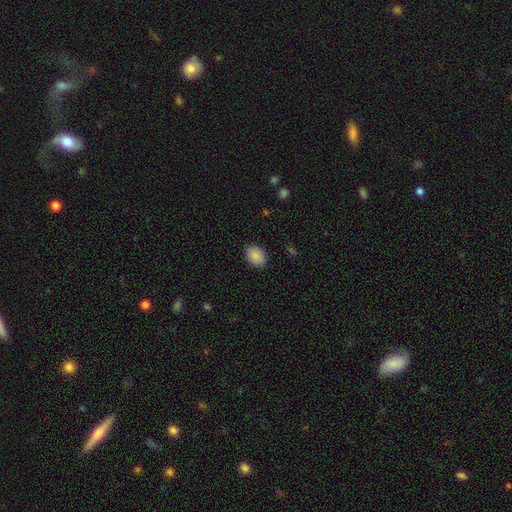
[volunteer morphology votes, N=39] smooth 85%, star or artifact 10%, featured or disk 5%. Down the decision tree: how rounded — in between (64%); merging — none (91%).